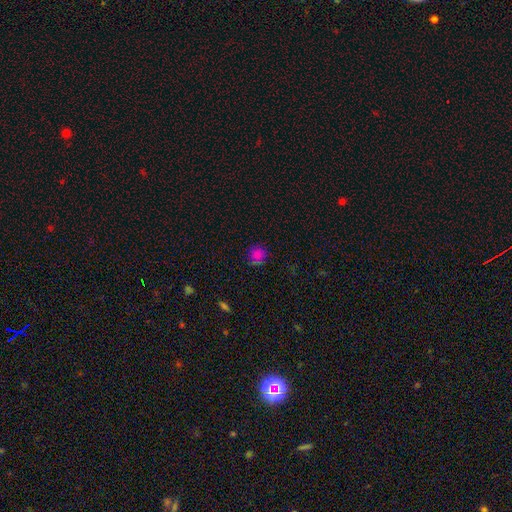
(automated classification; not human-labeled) Overall: smooth (77%). How rounded: round (89%). Merging: none (76%).